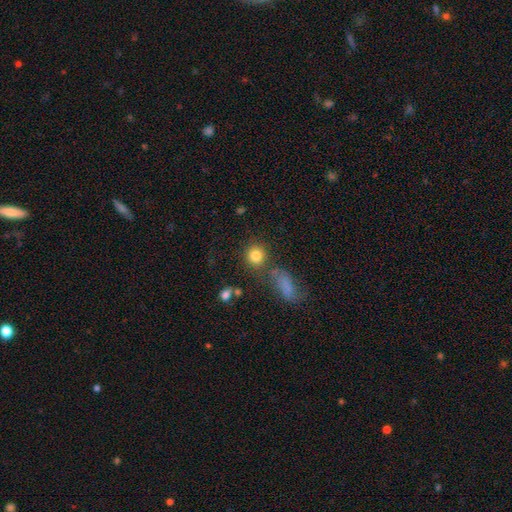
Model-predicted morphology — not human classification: This is clearly a smooth galaxy (82%). How rounded: clearly round (84%). Merging: likely none (73%).